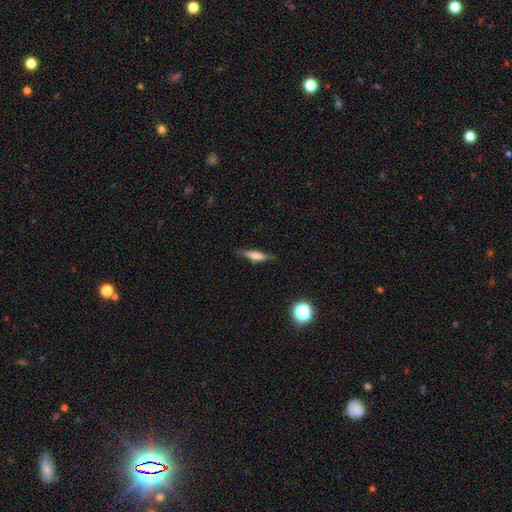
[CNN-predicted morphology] Q: Smooth or featured?
A: smooth (53%); runner-up: featured or disk (39%)
Q: How rounded?
A: cigar-shaped (80%); runner-up: in between (17%)
Q: Merging?
A: none (81%); runner-up: minor disturbance (14%)